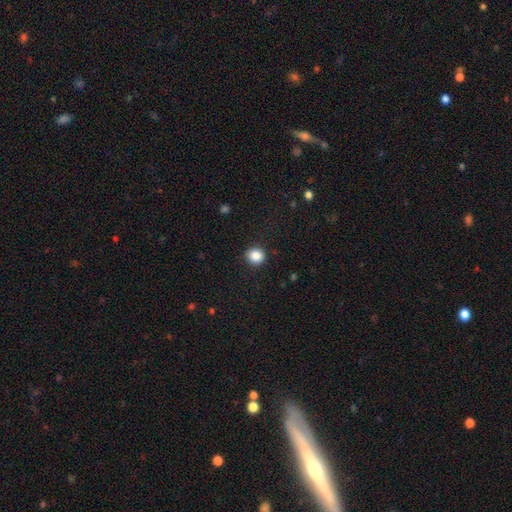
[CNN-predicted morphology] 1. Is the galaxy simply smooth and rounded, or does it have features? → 87% smooth, 9% star or artifact, 3% featured or disk.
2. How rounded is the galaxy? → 84% round, 15% in between, 1% cigar-shaped.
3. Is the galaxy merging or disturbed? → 89% none, 7% minor disturbance, 2% major disturbance, 1% merger.